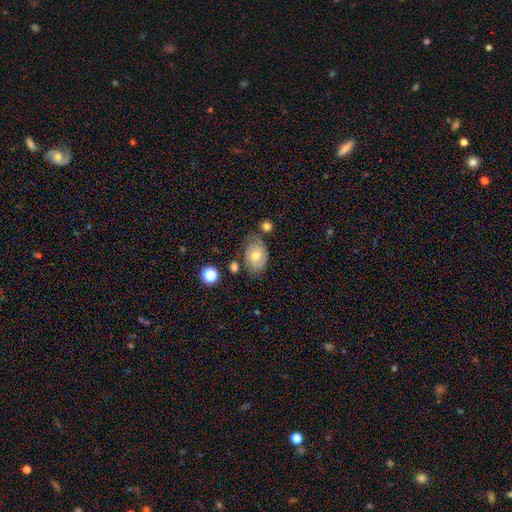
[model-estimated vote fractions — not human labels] smooth_or_featured: featured or disk (p=0.49) [alt: smooth p=0.41]
merging: none (p=0.64) [alt: minor disturbance p=0.22]